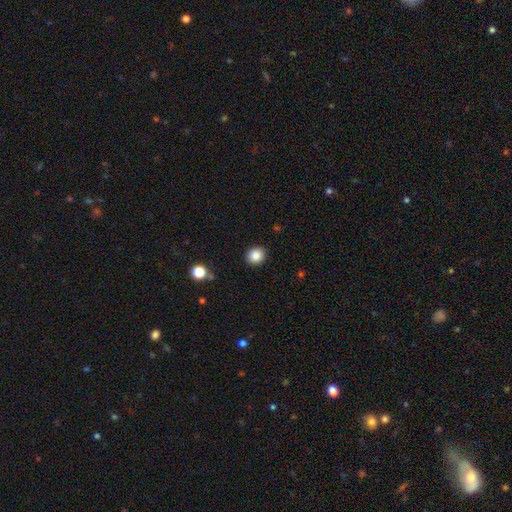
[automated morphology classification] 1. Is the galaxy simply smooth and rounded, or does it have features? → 86% smooth, 10% star or artifact, 4% featured or disk.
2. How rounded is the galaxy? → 86% round, 13% in between, 1% cigar-shaped.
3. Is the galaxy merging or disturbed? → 91% none, 6% minor disturbance, 2% major disturbance, 1% merger.